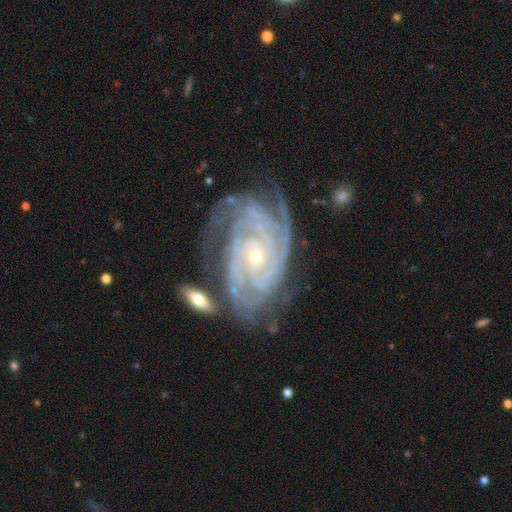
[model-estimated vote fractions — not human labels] Smooth or featured: featured or disk — 91% (star or artifact — 5%)
Edge-on disk: no — 97% (yes — 3%)
Bar: no — 70% (weak — 22%)
Spiral arms: yes — 98% (no — 2%)
Spiral winding: tight — 79% (medium — 19%)
Spiral arm count: 4 — 29% (3 — 22%)
Bulge size: small — 74% (moderate — 23%)
Merging: none — 62% (minor disturbance — 21%)